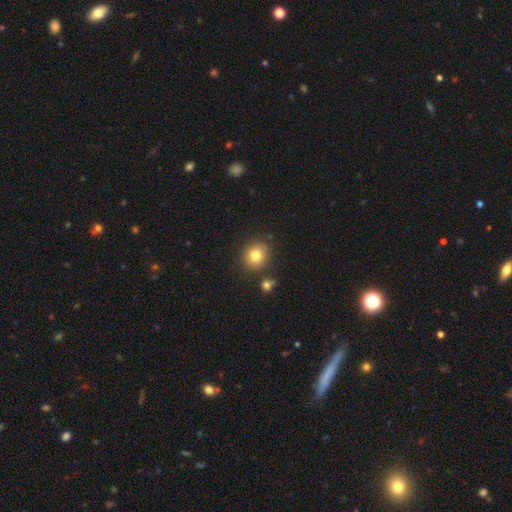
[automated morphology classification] smooth-or-featured: smooth: 80% | star or artifact: 11% | featured or disk: 9%
  how-rounded: round: 81% | in between: 18% | cigar-shaped: 1%
  merging: none: 82% | minor disturbance: 10% | merger: 6% | major disturbance: 3%